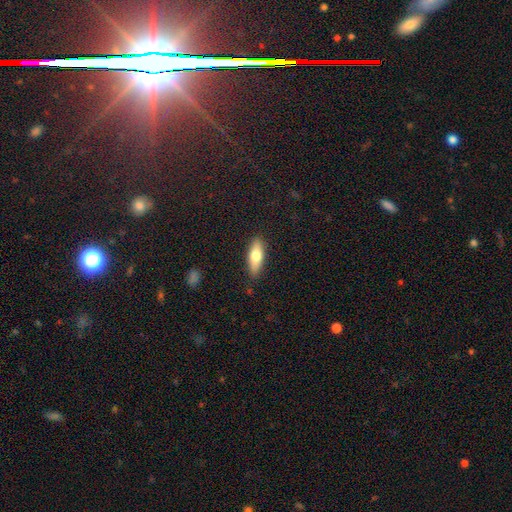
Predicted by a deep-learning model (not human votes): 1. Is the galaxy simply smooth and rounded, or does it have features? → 70% smooth, 24% featured or disk, 6% star or artifact.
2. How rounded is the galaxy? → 59% in between, 38% cigar-shaped, 3% round.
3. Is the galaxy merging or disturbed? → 87% none, 10% minor disturbance, 2% major disturbance, 1% merger.